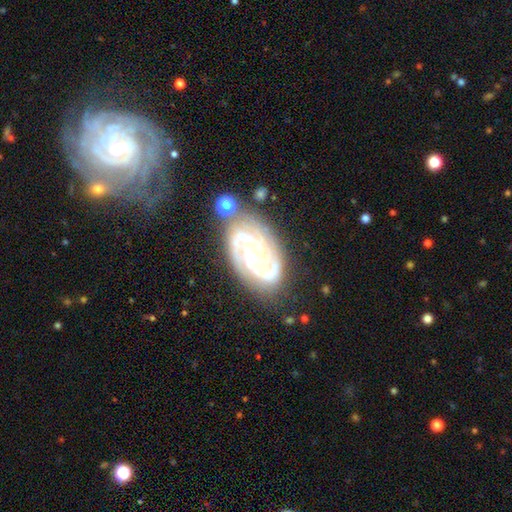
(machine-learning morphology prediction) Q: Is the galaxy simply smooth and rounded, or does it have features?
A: featured or disk — 88%.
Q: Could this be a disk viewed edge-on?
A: no — 97%.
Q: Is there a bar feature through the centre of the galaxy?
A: no — 59%.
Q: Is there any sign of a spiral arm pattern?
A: yes — 97%.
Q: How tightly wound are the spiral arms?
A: tight — 63%.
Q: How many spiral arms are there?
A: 2 — 39%.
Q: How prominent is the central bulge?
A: moderate — 50%.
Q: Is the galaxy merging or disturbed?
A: none — 68%.